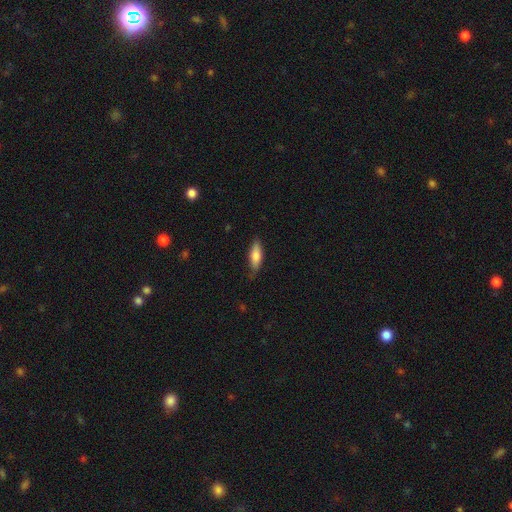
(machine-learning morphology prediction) type=smooth (74%); roundness=in between (56%); merging=none (76%).